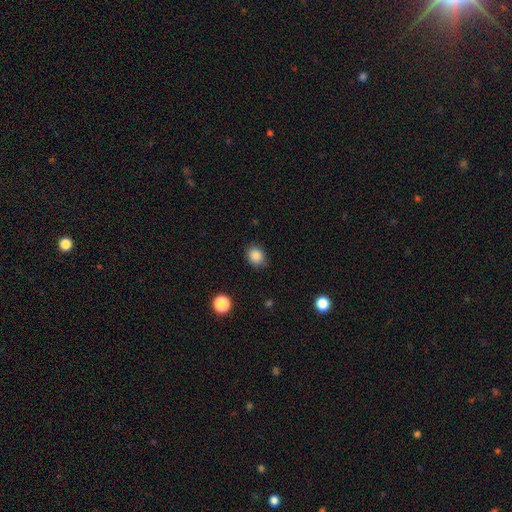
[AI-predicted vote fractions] The model was most divided on "how rounded": round: 60%, in between: 39%, cigar-shaped: 1%. More confident: smooth or featured — smooth (86%); merging — none (80%).